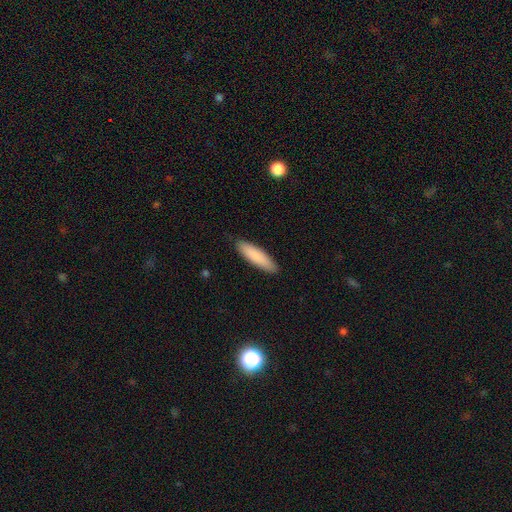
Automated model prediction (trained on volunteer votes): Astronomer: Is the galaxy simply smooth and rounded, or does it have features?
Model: smooth — 86%.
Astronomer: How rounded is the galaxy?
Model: cigar-shaped — 70%.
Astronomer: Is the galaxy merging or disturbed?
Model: none — 88%.